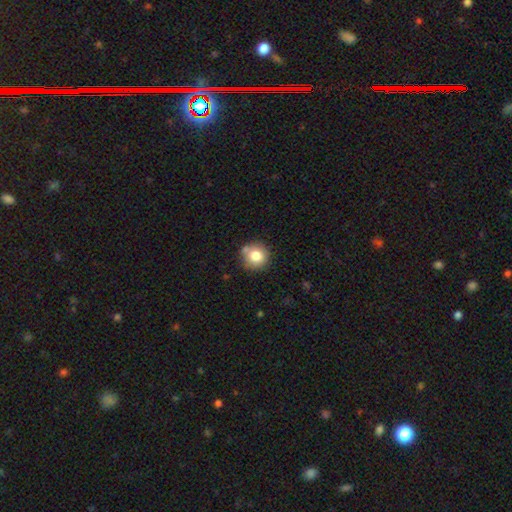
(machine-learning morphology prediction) A smooth galaxy with no disk features (79%) that is round (91%).

Vote fractions:
- Smooth or featured? smooth: 79% / featured or disk: 10% / star or artifact: 10%
- How rounded? round: 91% / in between: 8% / cigar-shaped: 1%
- Merging? none: 73% / minor disturbance: 15% / merger: 9% / major disturbance: 4%